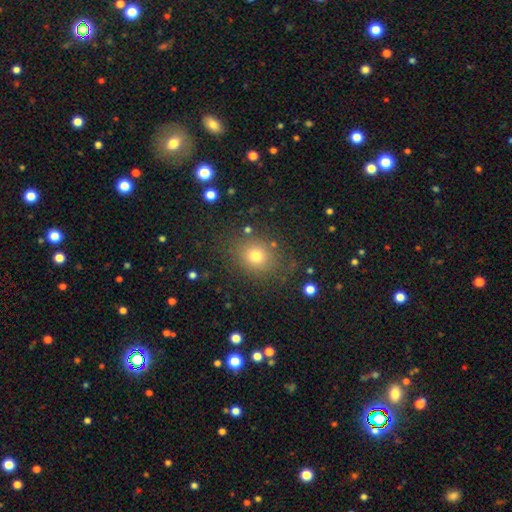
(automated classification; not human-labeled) Smooth or featured? Predicted: smooth (p=0.75). How rounded? Predicted: round (p=0.74). Merging? Predicted: none (p=0.82).